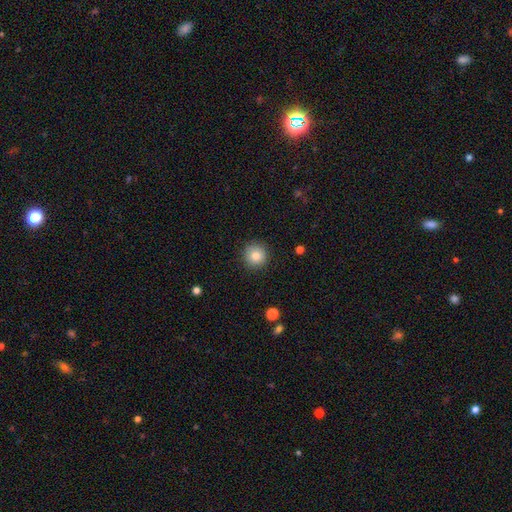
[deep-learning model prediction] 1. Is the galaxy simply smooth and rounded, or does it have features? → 83% smooth, 10% star or artifact, 7% featured or disk.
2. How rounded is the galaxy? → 94% round, 5% in between, 1% cigar-shaped.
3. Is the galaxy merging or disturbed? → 89% none, 8% minor disturbance, 2% major disturbance, 1% merger.